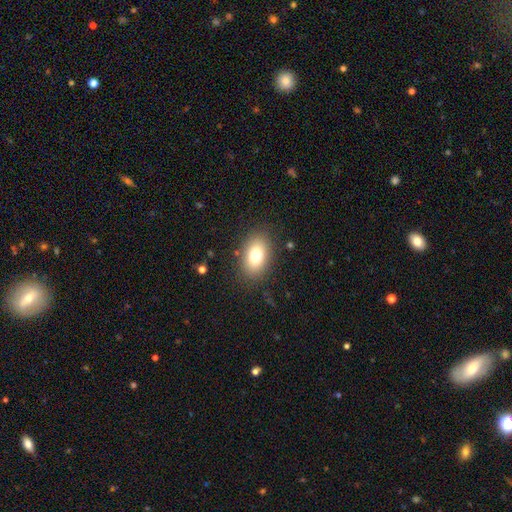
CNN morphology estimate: smooth-or-featured: smooth: 77% | featured or disk: 13% | star or artifact: 10%
  how-rounded: in between: 85% | round: 14% | cigar-shaped: 2%
  merging: none: 85% | minor disturbance: 10% | major disturbance: 4% | merger: 1%